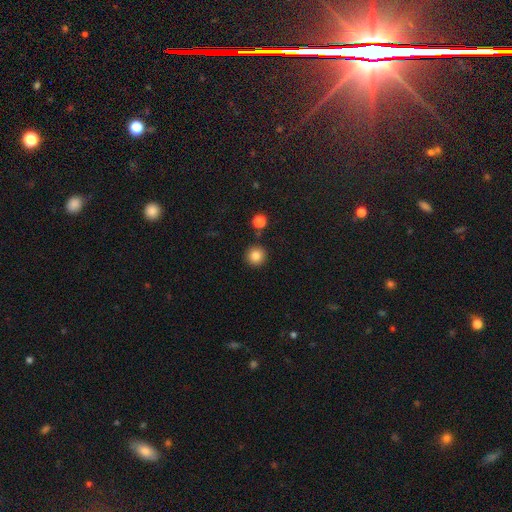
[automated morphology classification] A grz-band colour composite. It shows a smooth galaxy with no disk features (84%) that is round (95%). Merging: none (89%).